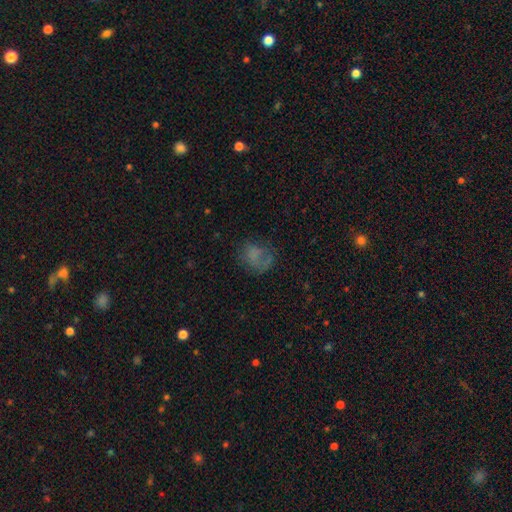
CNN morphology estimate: This is possibly a smooth galaxy (57%). How rounded: possibly round (56%). Merging: possibly none (45%).